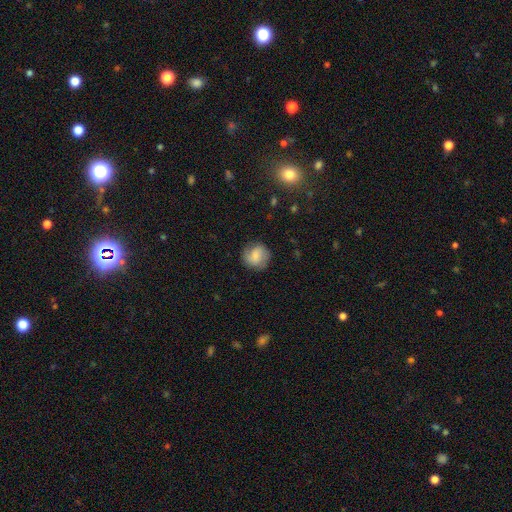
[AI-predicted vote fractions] smooth-or-featured: smooth: 67% | featured or disk: 25% | star or artifact: 9%
  how-rounded: round: 86% | in between: 13% | cigar-shaped: 1%
  merging: none: 80% | minor disturbance: 14% | major disturbance: 5% | merger: 1%